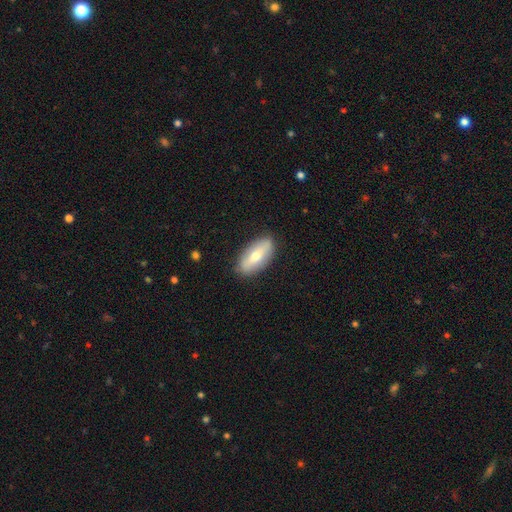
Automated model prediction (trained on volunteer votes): smooth 60%, featured or disk 34%, star or artifact 6%. Down the decision tree: how rounded — in between (83%); merging — none (86%).